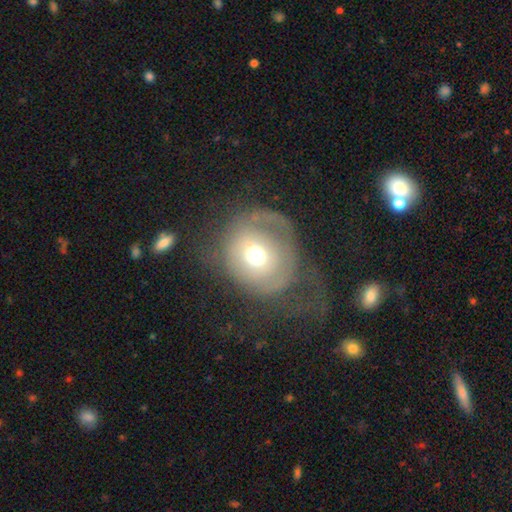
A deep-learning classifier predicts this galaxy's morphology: Q: Smooth or featured?
A: smooth (50%); runner-up: featured or disk (39%)
Q: How rounded?
A: round (83%); runner-up: in between (16%)
Q: Merging?
A: major disturbance (42%); runner-up: none (37%)